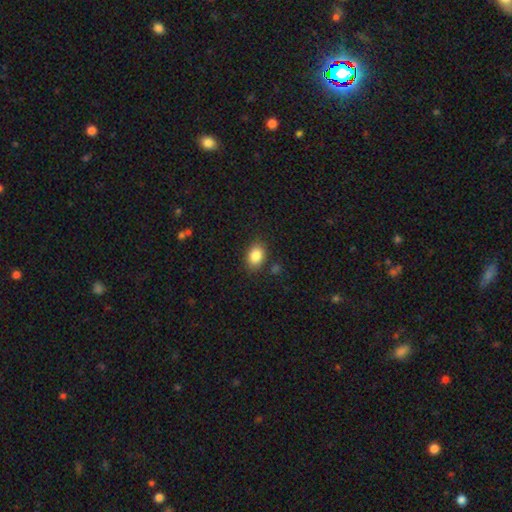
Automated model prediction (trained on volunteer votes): The model was most divided on "how rounded": in between: 77%, round: 22%, cigar-shaped: 1%. More confident: smooth or featured — smooth (85%); merging — none (83%).